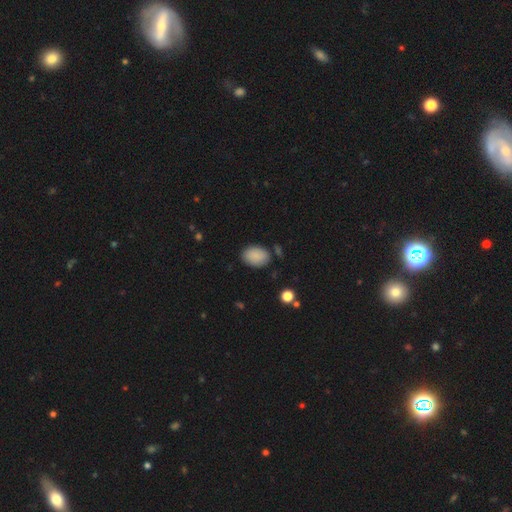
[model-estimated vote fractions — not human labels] smooth_or_featured: smooth (p=0.88) [alt: star or artifact p=0.07]
how_rounded: in between (p=0.82) [alt: round p=0.17]
merging: none (p=0.80) [alt: minor disturbance p=0.14]